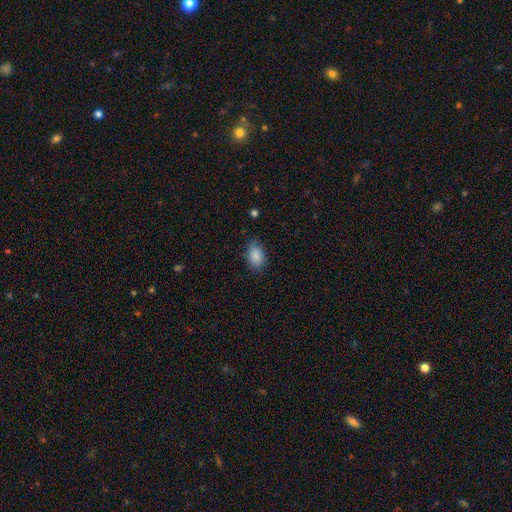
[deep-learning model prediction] Smooth or featured? smooth (87%)
How rounded? in between (81%)
Merging? none (73%)